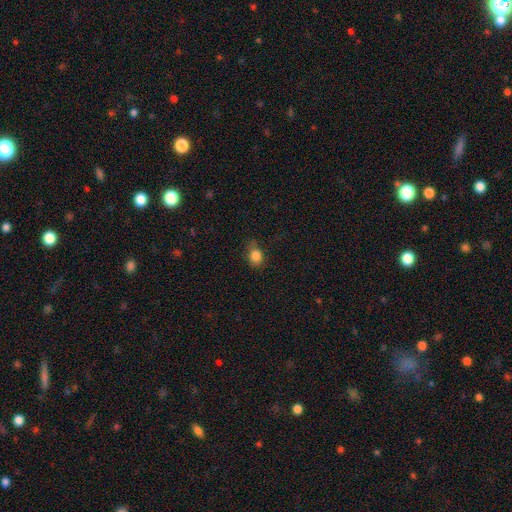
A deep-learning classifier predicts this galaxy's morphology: smooth_or_featured: smooth (p=0.84) [alt: star or artifact p=0.11]
how_rounded: round (p=0.52) [alt: in between p=0.47]
merging: none (p=0.62) [alt: minor disturbance p=0.28]